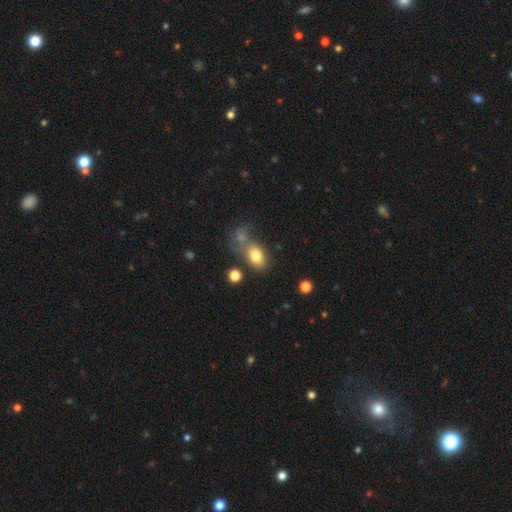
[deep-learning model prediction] Morphology: type=smooth (80%); roundness=in between (80%); merging=none (47%).